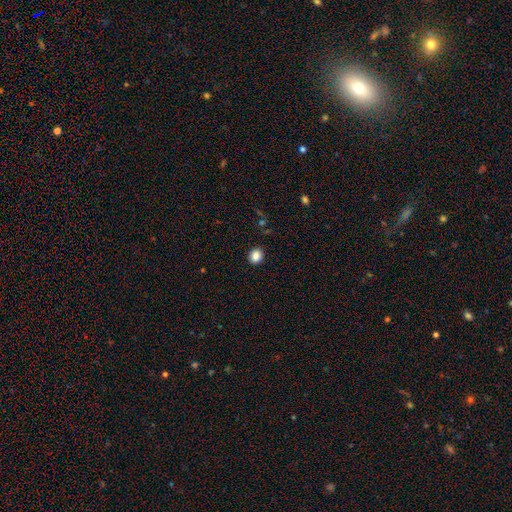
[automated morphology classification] This is clearly a smooth galaxy (86%). How rounded: likely round (71%). Merging: clearly none (91%).